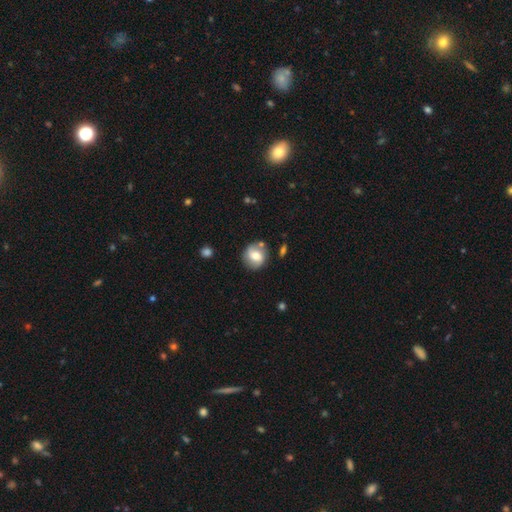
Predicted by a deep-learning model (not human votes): smooth_or_featured: smooth (p=0.58) [alt: featured or disk p=0.34]
how_rounded: round (p=0.82) [alt: in between p=0.17]
merging: none (p=0.76) [alt: minor disturbance p=0.14]